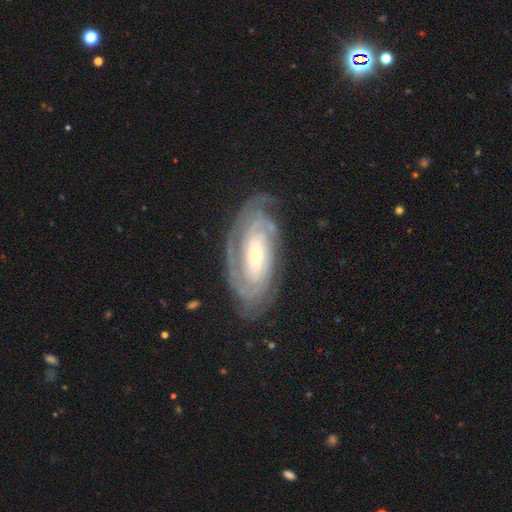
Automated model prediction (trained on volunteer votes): Smooth or featured: featured or disk — 85% (smooth — 9%)
Edge-on disk: no — 93% (yes — 7%)
Bar: no — 56% (weak — 28%)
Spiral arms: yes — 95% (no — 5%)
Spiral winding: tight — 75% (medium — 20%)
Spiral arm count: can't tell — 37% (2 — 23%)
Bulge size: small — 66% (moderate — 28%)
Merging: none — 74% (minor disturbance — 17%)